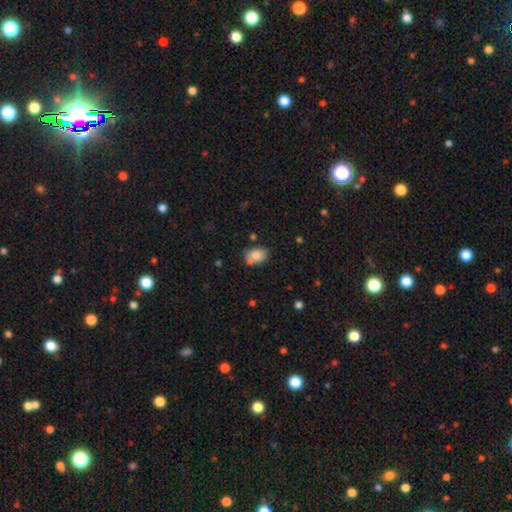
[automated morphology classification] Overall: smooth (82%). How rounded: in between (75%). Merging: none (58%; minor disturbance 19%).